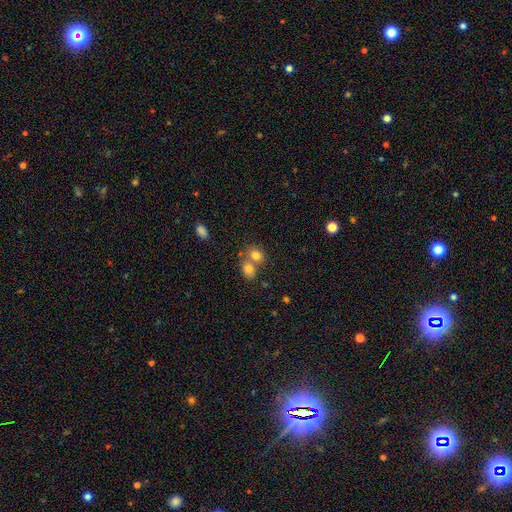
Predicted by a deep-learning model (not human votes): Q: Smooth or featured?
A: smooth (78%); runner-up: star or artifact (11%)
Q: How rounded?
A: round (50%); runner-up: in between (49%)
Q: Merging?
A: merger (54%); runner-up: none (35%)